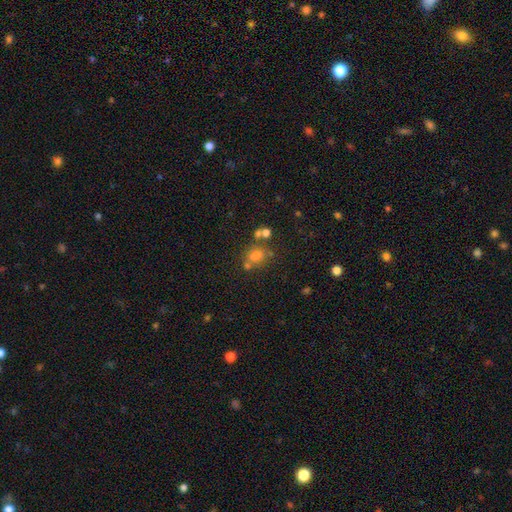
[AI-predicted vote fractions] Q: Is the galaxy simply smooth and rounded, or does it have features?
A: smooth — 60%.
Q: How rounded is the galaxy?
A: round — 64%.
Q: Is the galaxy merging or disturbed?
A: none — 60%.